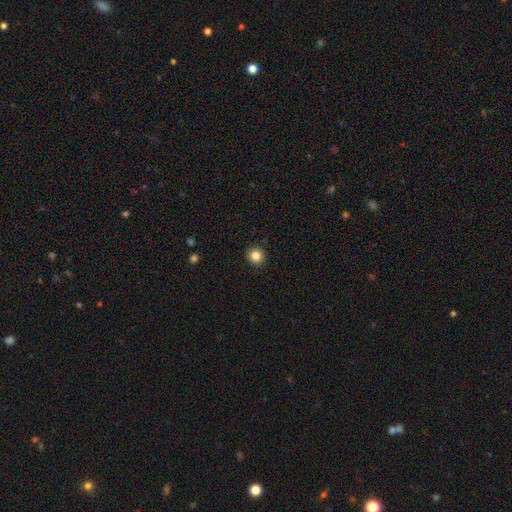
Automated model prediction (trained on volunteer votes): This appears to be a smooth galaxy with no disk features (84%) that is round (92%). Merging: none (92%).